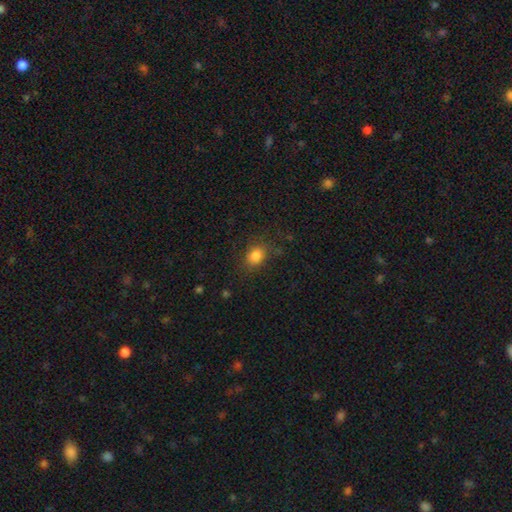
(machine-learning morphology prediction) smooth-or-featured: smooth: 83% | star or artifact: 11% | featured or disk: 6%
  how-rounded: in between: 58% | round: 41% | cigar-shaped: 1%
  merging: none: 76% | minor disturbance: 16% | major disturbance: 7% | merger: 2%